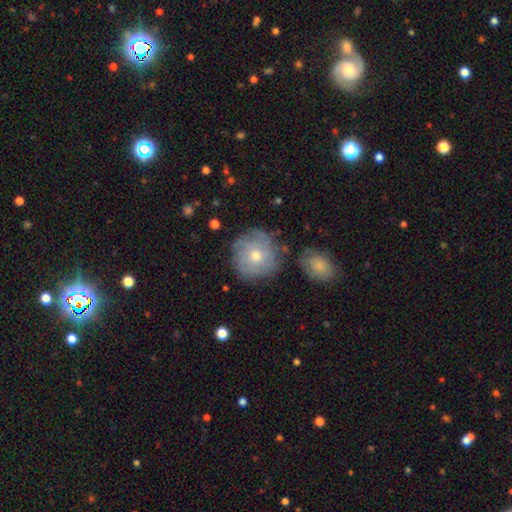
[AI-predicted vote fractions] A featured or disk galaxy (56%) with no bar (84%), spiral arms (76%) and a moderate central bulge (66%). Merging: none (76%).